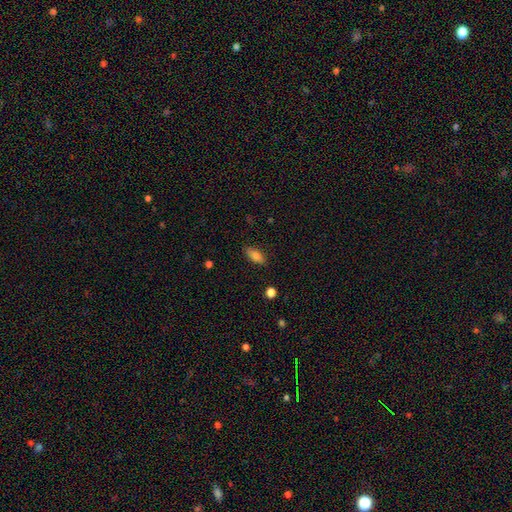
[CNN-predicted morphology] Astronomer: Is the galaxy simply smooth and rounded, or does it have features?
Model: smooth — 82%.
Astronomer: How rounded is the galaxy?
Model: in between — 85%.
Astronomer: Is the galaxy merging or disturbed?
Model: none — 84%.